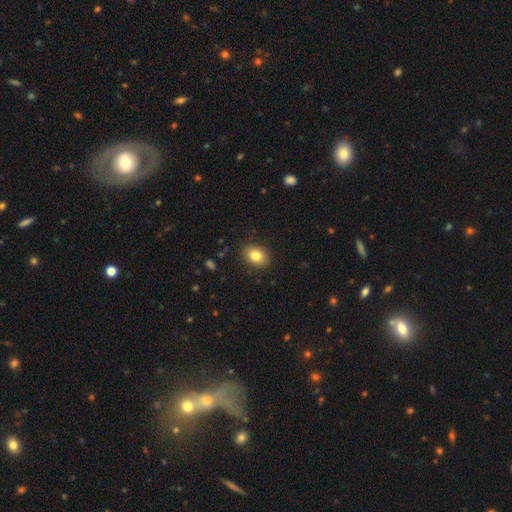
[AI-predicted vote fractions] This appears to be a smooth galaxy with no disk features (83%) that is in between round and cigar-shaped (67%). Merging: none (89%).